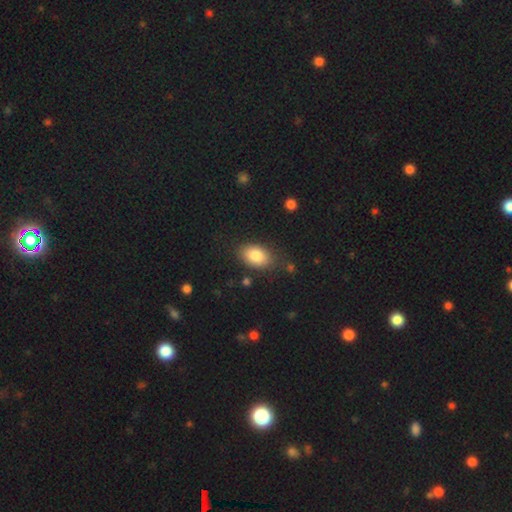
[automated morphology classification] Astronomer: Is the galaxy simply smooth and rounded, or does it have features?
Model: smooth — 84%.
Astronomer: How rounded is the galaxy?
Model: in between — 89%.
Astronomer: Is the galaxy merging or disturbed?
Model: none — 79%.